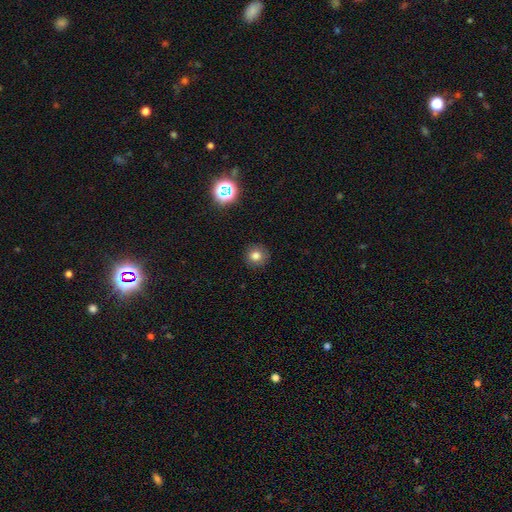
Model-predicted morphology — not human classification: type=smooth (78%); roundness=round (90%); merging=none (88%).